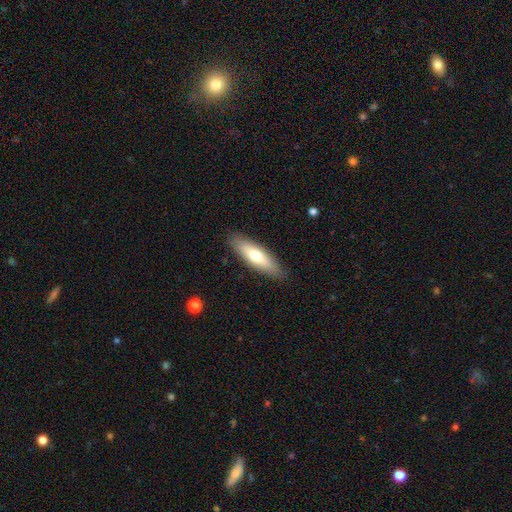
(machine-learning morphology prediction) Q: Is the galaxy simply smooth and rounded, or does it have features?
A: smooth — 62%.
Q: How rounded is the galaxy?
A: cigar-shaped — 56%.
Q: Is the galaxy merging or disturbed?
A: none — 87%.